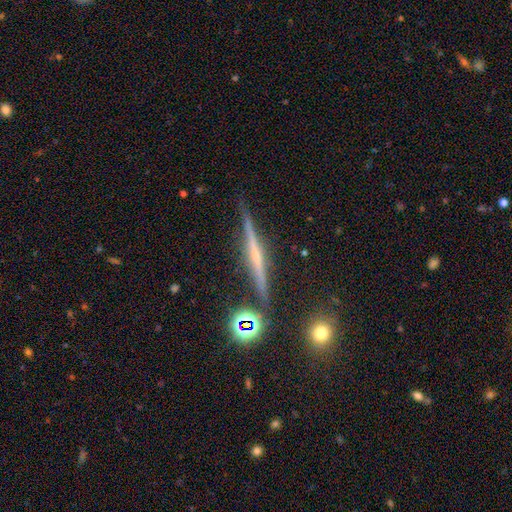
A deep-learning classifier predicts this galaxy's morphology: A featured or disk galaxy (74%) viewed edge-on (98%) with a rounded central bulge (49%). Merging: none (87%).